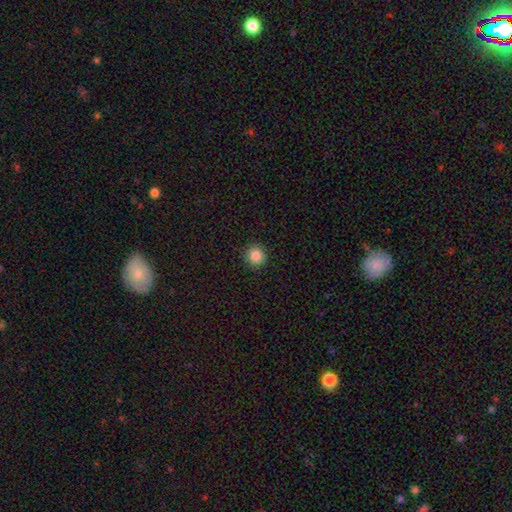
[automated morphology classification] smooth_or_featured: smooth (p=0.86) [alt: star or artifact p=0.10]
how_rounded: round (p=0.94) [alt: in between p=0.05]
merging: none (p=0.91) [alt: minor disturbance p=0.06]